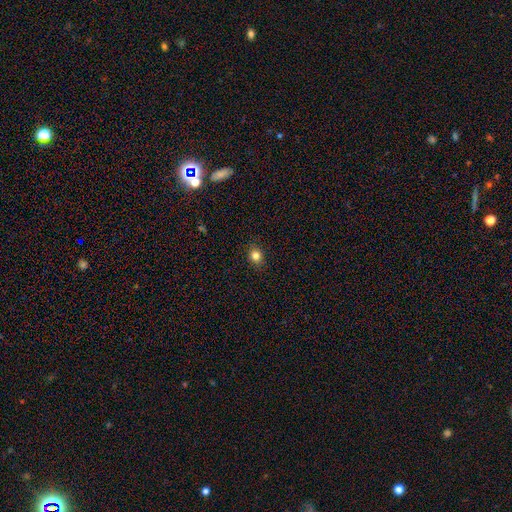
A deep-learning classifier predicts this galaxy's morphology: smooth-or-featured: smooth: 82% | star or artifact: 12% | featured or disk: 6%
  how-rounded: round: 70% | in between: 29% | cigar-shaped: 1%
  merging: none: 89% | minor disturbance: 8% | major disturbance: 2% | merger: 1%